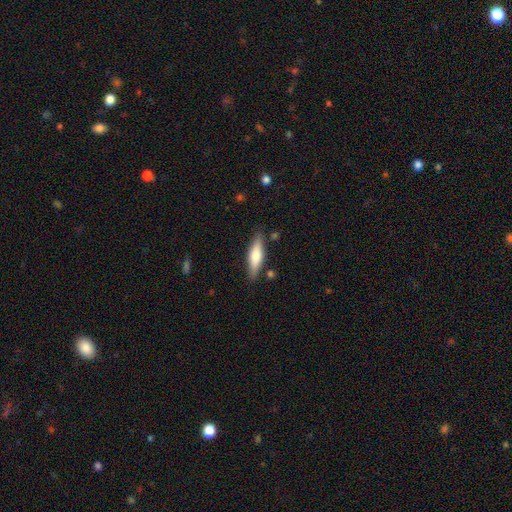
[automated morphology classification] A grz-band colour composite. It shows a smooth galaxy with no disk features (58%) that is cigar-shaped (64%). Merging: none (83%).